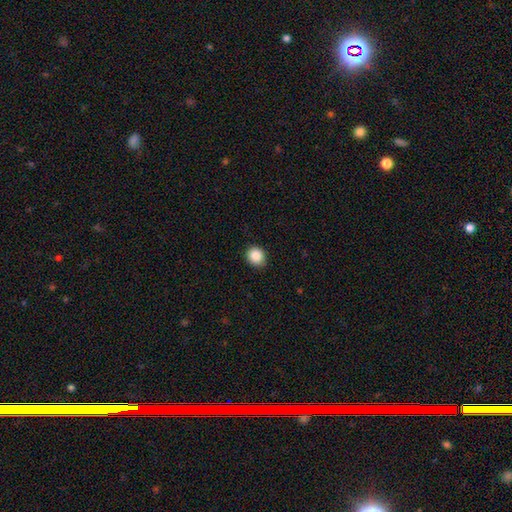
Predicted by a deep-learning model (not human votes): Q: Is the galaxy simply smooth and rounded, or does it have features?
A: smooth — 88%.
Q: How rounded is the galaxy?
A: round — 78%.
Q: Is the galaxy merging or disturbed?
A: none — 89%.